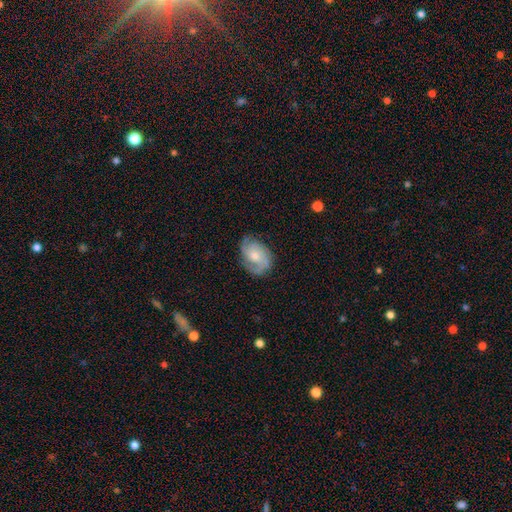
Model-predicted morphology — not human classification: Smooth or featured? Predicted: featured or disk (p=0.68). Edge-on disk? Predicted: no (p=0.97). Bar? Predicted: no (p=0.69). Spiral arms? Predicted: yes (p=0.92). Spiral winding? Predicted: tight (p=0.43). Spiral arm count? Predicted: 2 (p=0.44). Bulge size? Predicted: moderate (p=0.52). Merging? Predicted: none (p=0.71).